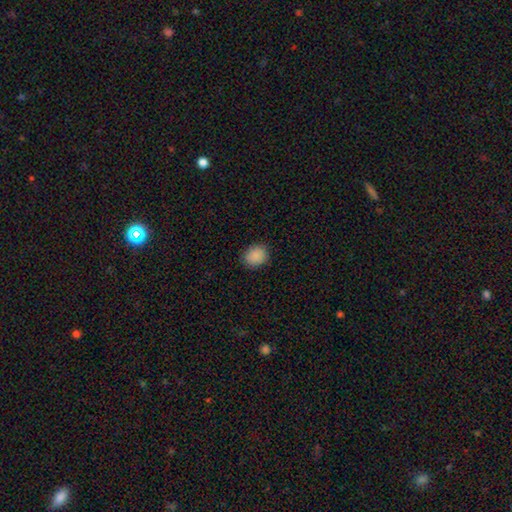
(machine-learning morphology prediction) The model was most divided on "how rounded": round: 62%, in between: 37%, cigar-shaped: 1%. More confident: smooth or featured — smooth (89%); merging — none (88%).